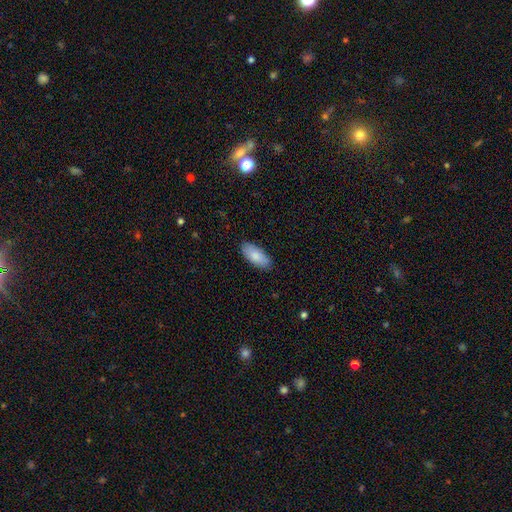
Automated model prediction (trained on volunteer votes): smooth_or_featured: smooth (p=0.87) [alt: featured or disk p=0.08]
how_rounded: in between (p=0.88) [alt: cigar-shaped p=0.10]
merging: none (p=0.87) [alt: minor disturbance p=0.10]